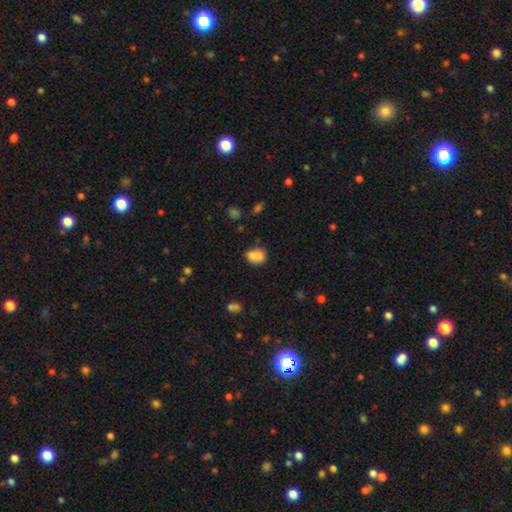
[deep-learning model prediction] This appears to be a smooth galaxy with no disk features (74%) that is in between round and cigar-shaped (58%). Merging: merger (47%).